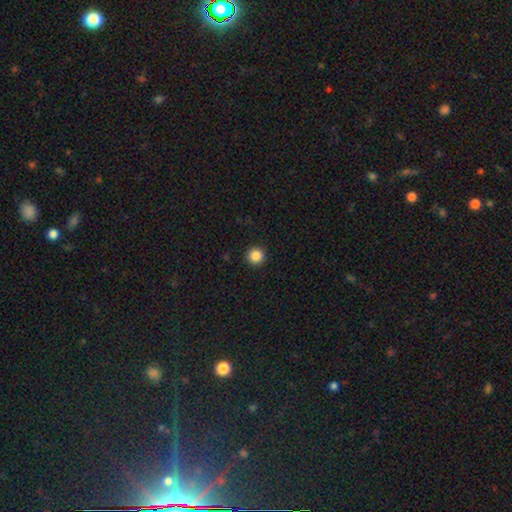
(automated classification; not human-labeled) This appears to be a smooth galaxy with no disk features (86%) that is round (96%). Merging: none (93%).